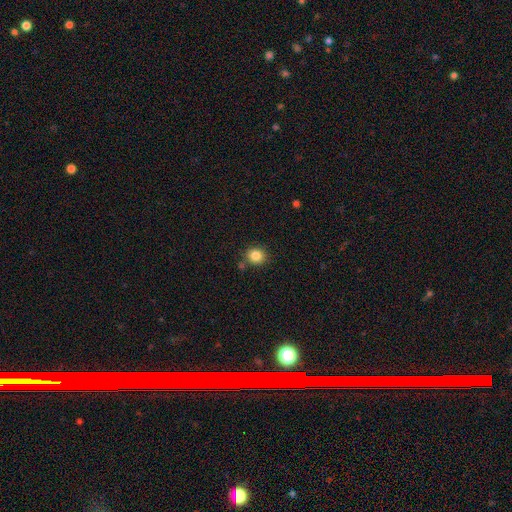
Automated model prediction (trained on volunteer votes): Smooth or featured?
  - smooth: 85% *
  - star or artifact: 10%
  - featured or disk: 5%
How rounded?
  - round: 83% *
  - in between: 16%
  - cigar-shaped: 1%
Merging?
  - none: 80% *
  - minor disturbance: 10%
  - merger: 7%
  - major disturbance: 3%